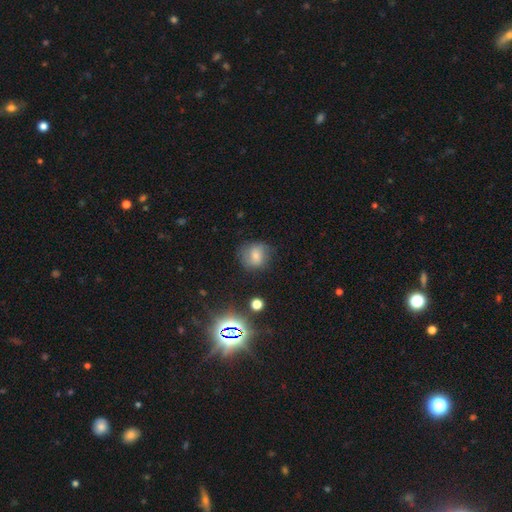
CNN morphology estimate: Smooth or featured? Predicted: smooth (p=0.59). How rounded? Predicted: round (p=0.76). Merging? Predicted: none (p=0.67).